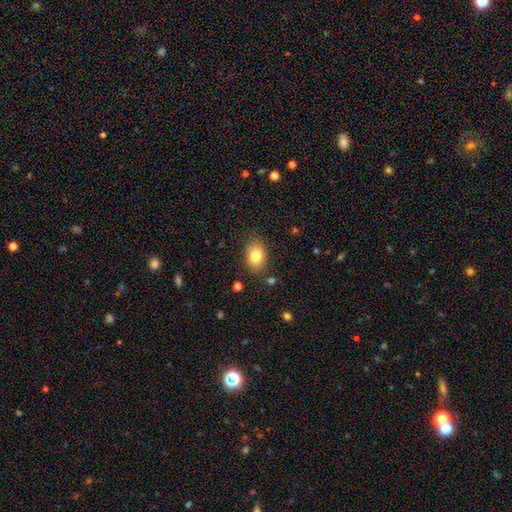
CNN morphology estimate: smooth 81%, featured or disk 10%, star or artifact 9%. Down the decision tree: how rounded — in between (74%); merging — none (83%).